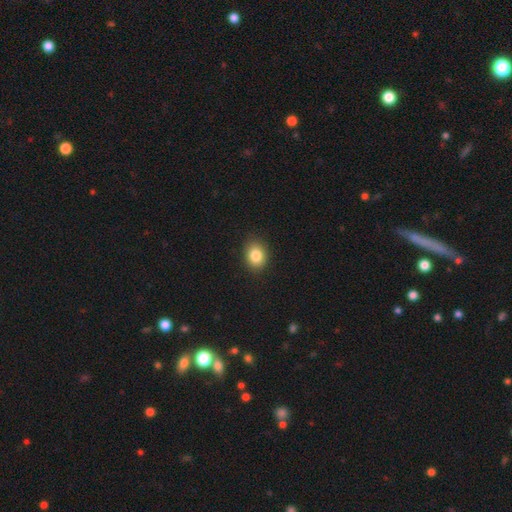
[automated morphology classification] This appears to be a smooth galaxy with no disk features (84%) that is in between round and cigar-shaped (53%). Merging: none (88%).